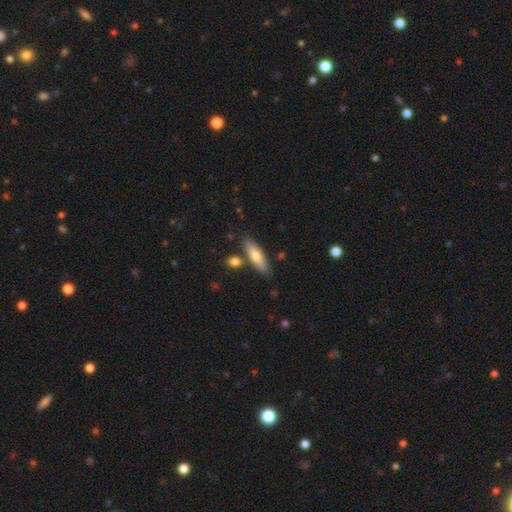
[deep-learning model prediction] Smooth or featured: smooth — 66% (featured or disk — 28%)
How rounded: cigar-shaped — 57% (in between — 41%)
Merging: none — 77% (minor disturbance — 11%)